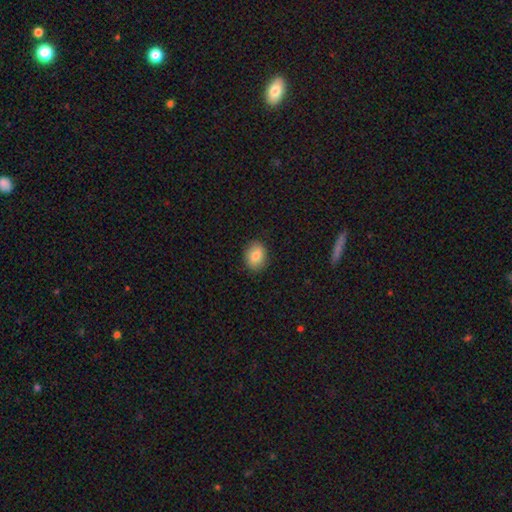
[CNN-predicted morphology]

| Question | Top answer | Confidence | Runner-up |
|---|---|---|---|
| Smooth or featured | smooth | 80% | featured or disk (11%) |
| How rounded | in between | 58% | round (40%) |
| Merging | none | 88% | minor disturbance (9%) |